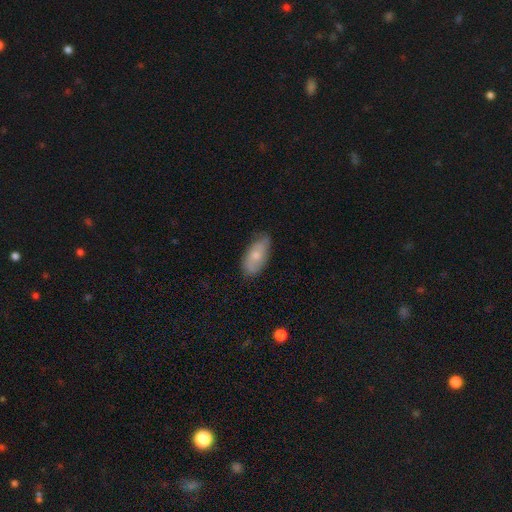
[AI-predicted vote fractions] Q: Smooth or featured?
A: smooth (68%); runner-up: featured or disk (26%)
Q: How rounded?
A: in between (90%); runner-up: cigar-shaped (7%)
Q: Merging?
A: none (69%); runner-up: minor disturbance (26%)